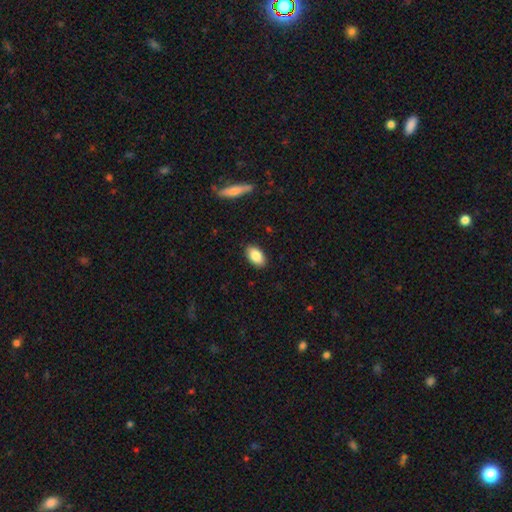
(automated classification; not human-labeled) smooth 86%, featured or disk 7%, star or artifact 7%. Down the decision tree: how rounded — in between (93%); merging — none (89%).